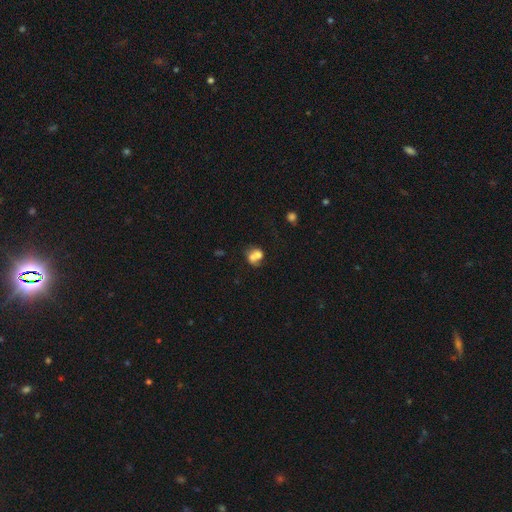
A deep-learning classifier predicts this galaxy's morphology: Smooth or featured: smooth — 67% (featured or disk — 23%)
How rounded: round — 60% (in between — 39%)
Merging: merger — 64% (none — 22%)